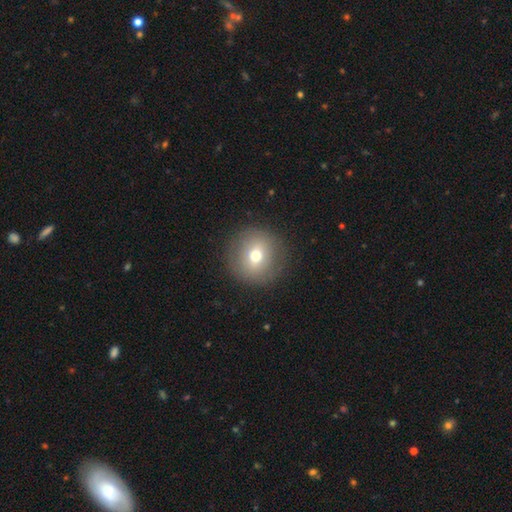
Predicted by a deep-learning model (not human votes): This is likely a smooth galaxy (66%). How rounded: clearly round (93%). Merging: clearly none (88%).